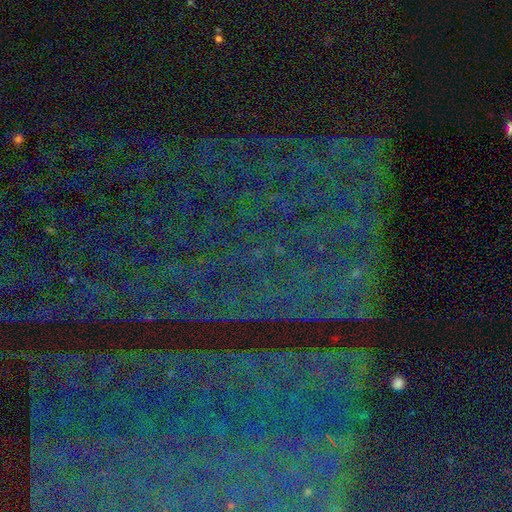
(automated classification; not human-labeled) This is clearly a star or artifact rather than a galaxy (85%).